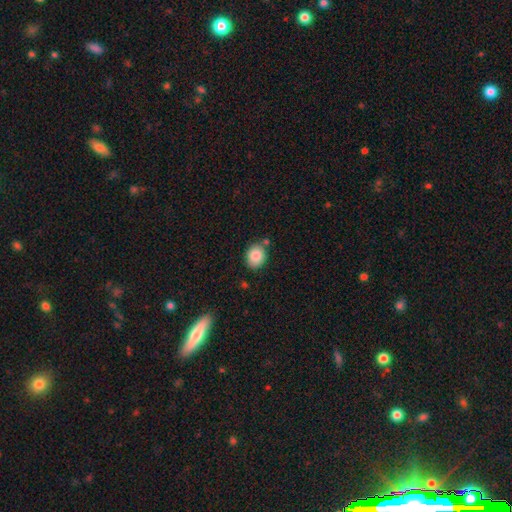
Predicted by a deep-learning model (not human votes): Smooth or featured?
  - smooth: 86% *
  - star or artifact: 8%
  - featured or disk: 6%
How rounded?
  - round: 50% *
  - in between: 49%
  - cigar-shaped: 1%
Merging?
  - none: 73% *
  - minor disturbance: 15%
  - merger: 8%
  - major disturbance: 3%